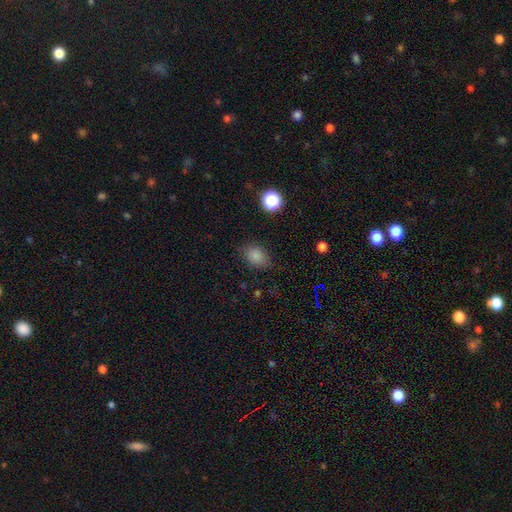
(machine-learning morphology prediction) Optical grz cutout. It shows a smooth galaxy with no disk features (83%) that is in between round and cigar-shaped (68%). Merging: none (75%).